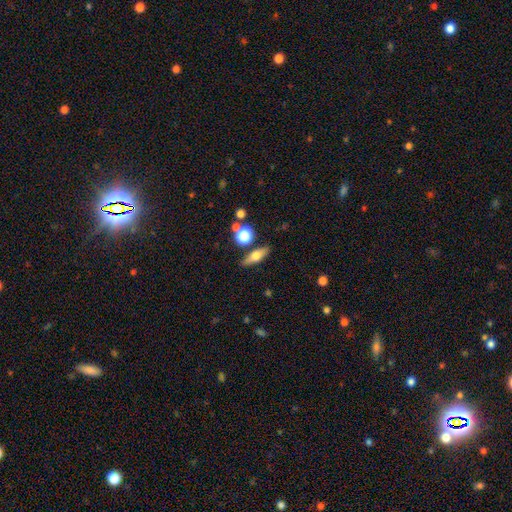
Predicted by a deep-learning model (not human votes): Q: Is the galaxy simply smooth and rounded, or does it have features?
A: smooth — 55%.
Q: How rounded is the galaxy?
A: in between — 49%.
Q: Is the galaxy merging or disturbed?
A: none — 81%.